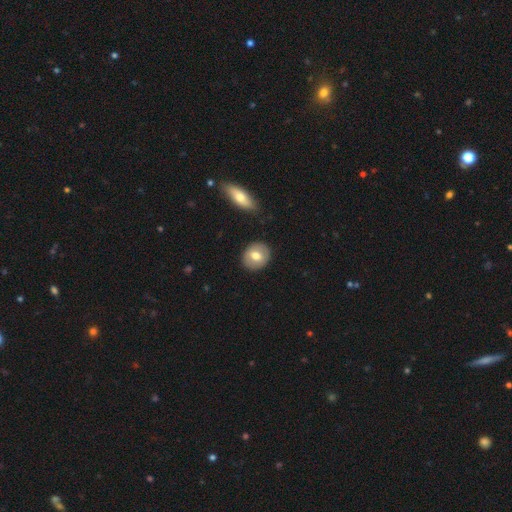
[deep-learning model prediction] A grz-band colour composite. It shows a smooth galaxy with no disk features (68%) that is round (70%). Merging: none (87%).